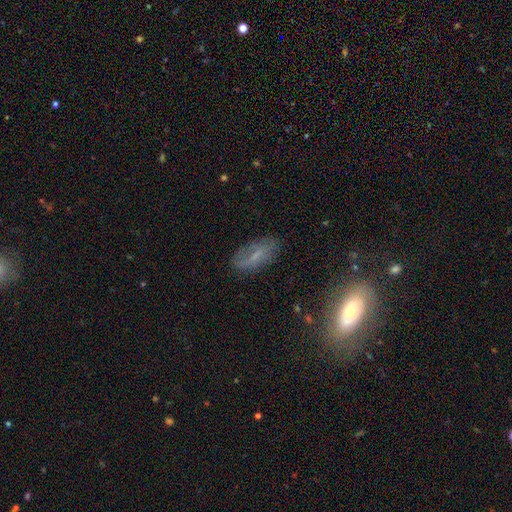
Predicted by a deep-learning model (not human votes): This appears to be a smooth galaxy with no disk features (50%) that is in between round and cigar-shaped (82%). Merging: none (67%).